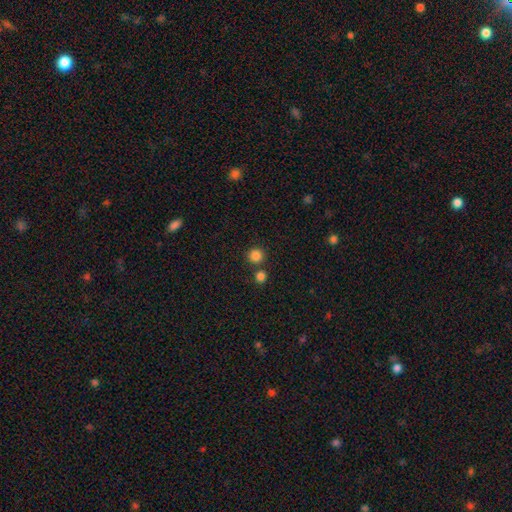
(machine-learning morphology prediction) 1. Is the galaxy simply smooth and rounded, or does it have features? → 84% smooth, 13% star or artifact, 4% featured or disk.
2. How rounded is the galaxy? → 93% round, 6% in between, 1% cigar-shaped.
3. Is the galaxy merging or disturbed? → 76% none, 15% merger, 7% minor disturbance, 3% major disturbance.